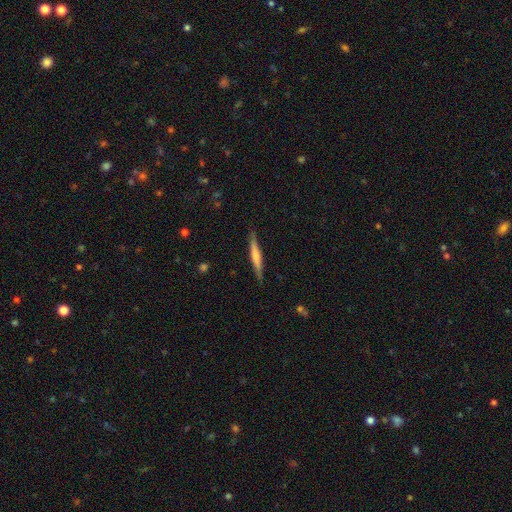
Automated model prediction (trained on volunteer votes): Q: Smooth or featured?
A: smooth (50%); runner-up: featured or disk (45%)
Q: Merging?
A: none (87%); runner-up: minor disturbance (10%)